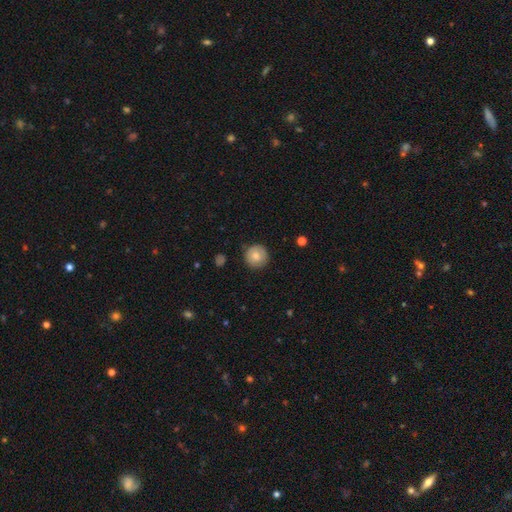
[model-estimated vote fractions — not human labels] Overall: smooth (76%). How rounded: round (96%). Merging: none (88%).